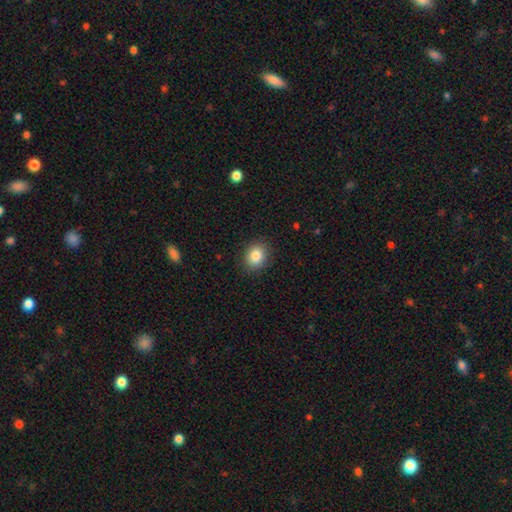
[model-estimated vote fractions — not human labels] Smooth or featured: smooth — 84% (star or artifact — 9%)
How rounded: round — 63% (in between — 36%)
Merging: none — 89% (minor disturbance — 8%)